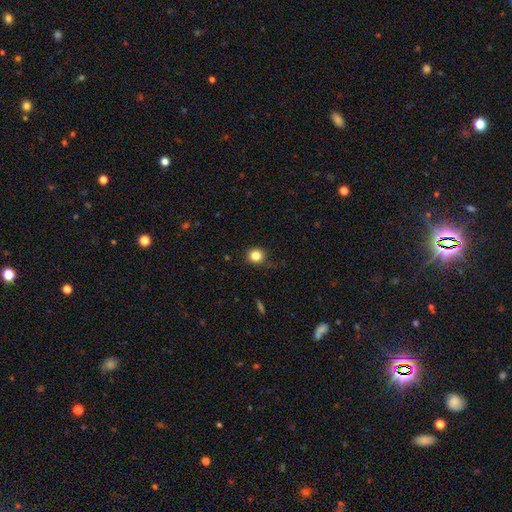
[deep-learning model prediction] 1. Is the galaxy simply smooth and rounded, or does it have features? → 83% smooth, 12% star or artifact, 5% featured or disk.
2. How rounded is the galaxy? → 90% round, 9% in between, 1% cigar-shaped.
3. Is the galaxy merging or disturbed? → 83% none, 13% minor disturbance, 3% major disturbance, 1% merger.